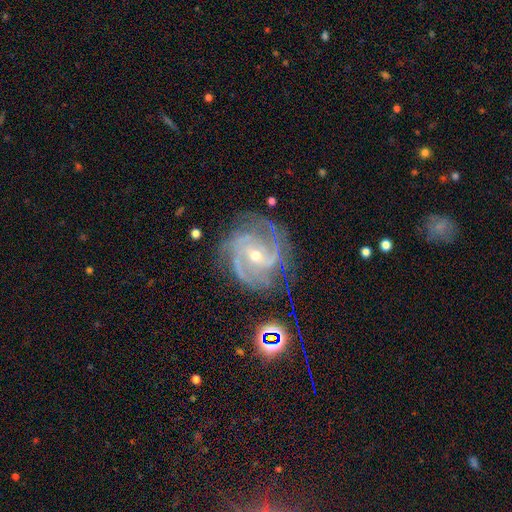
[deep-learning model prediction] Smooth or featured: featured or disk — 91% (star or artifact — 6%)
Edge-on disk: no — 98% (yes — 2%)
Bar: no — 43% (weak — 40%)
Spiral arms: yes — 98% (no — 2%)
Spiral winding: tight — 46% (tied with medium — 46%)
Spiral arm count: 2 — 35% (3 — 31%)
Bulge size: small — 52% (moderate — 45%)
Merging: none — 71% (minor disturbance — 18%)